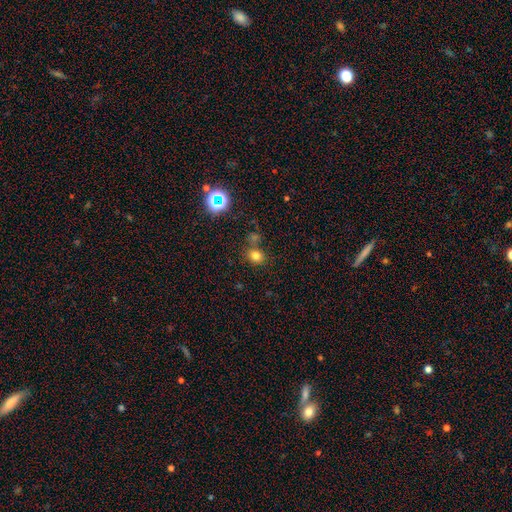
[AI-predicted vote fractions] A smooth galaxy with no disk features (75%) that is round (65%). Merging: none (71%).